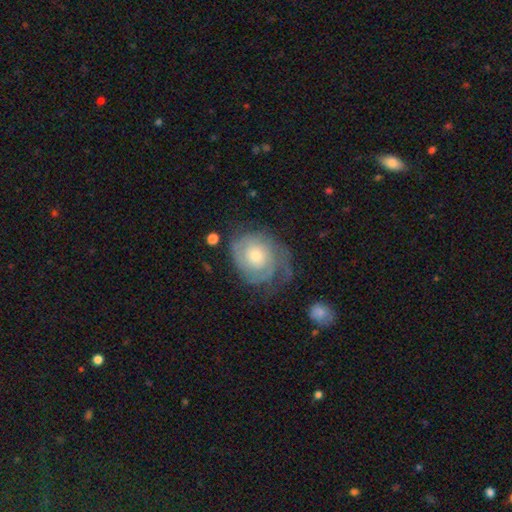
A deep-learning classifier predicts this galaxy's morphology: Overall: featured or disk (74%). Edge-on disk: no (97%). Bar: no (77%). Spiral arms: yes (91%). Spiral arm count: 2 (34%, tied with can't tell). Spiral winding: tight (67%). Bulge size: moderate (56%; small 34%). Merging: none (57%; minor disturbance 24%).